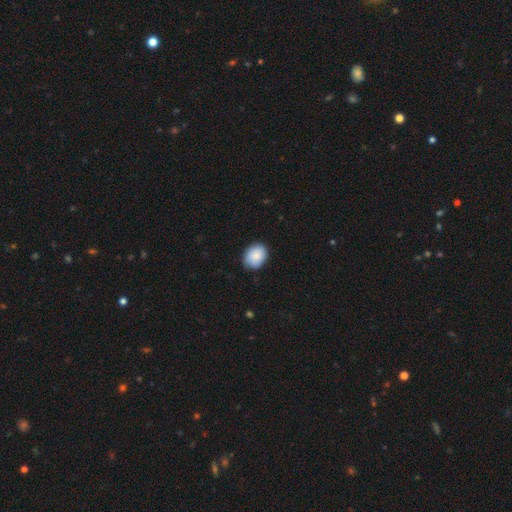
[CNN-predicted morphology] smooth_or_featured: smooth (p=0.86) [alt: featured or disk p=0.07]
how_rounded: in between (p=0.60) [alt: round p=0.39]
merging: none (p=0.84) [alt: minor disturbance p=0.13]